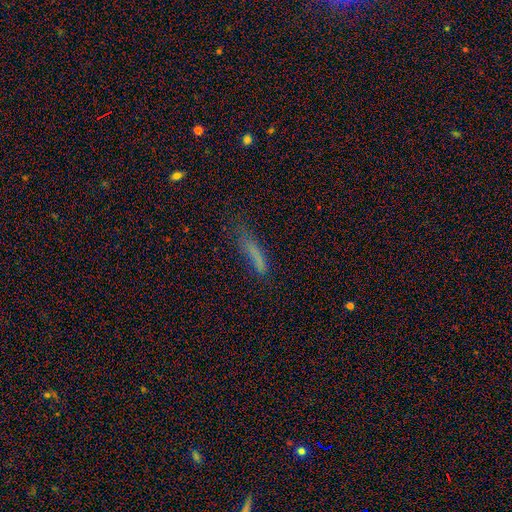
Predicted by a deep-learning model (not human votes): Smooth or featured: smooth — 70% (featured or disk — 16%)
How rounded: cigar-shaped — 85% (in between — 13%)
Merging: none — 55% (minor disturbance — 26%)